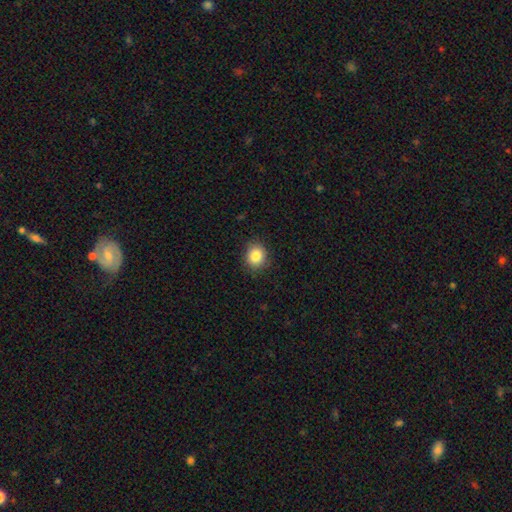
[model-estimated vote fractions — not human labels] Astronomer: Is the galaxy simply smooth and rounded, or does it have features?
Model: smooth — 84%.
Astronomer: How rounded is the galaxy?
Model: round — 70%.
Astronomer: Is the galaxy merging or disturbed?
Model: none — 87%.